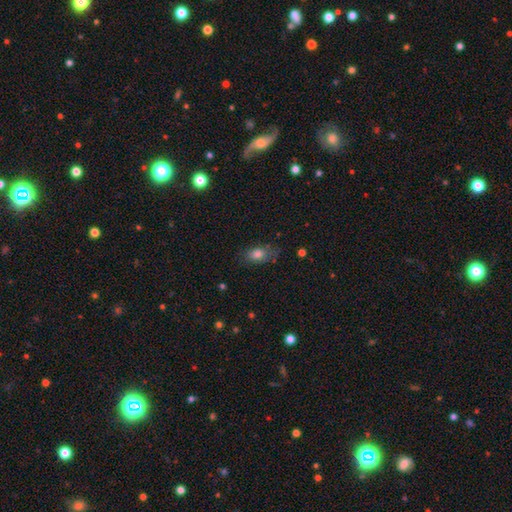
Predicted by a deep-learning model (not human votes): This is possibly a smooth galaxy (59%). How rounded: likely in between (76%). Merging: likely none (74%).